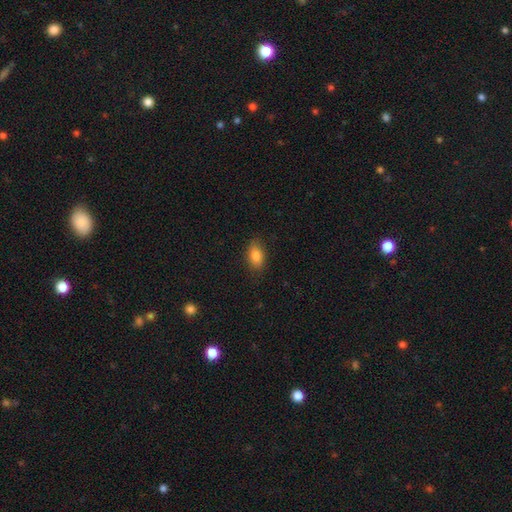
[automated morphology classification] A smooth galaxy with no disk features (84%) that is in between round and cigar-shaped (88%). Merging: none (83%).